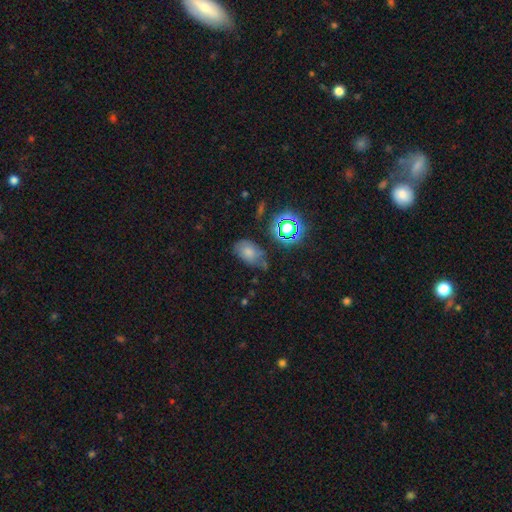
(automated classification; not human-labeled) This is possibly a star or artifact rather than a galaxy (48%).